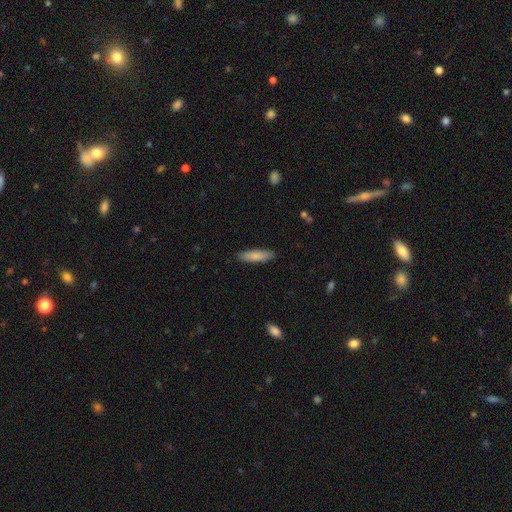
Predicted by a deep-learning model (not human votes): This is clearly a smooth galaxy (83%). How rounded: likely cigar-shaped (71%). Merging: clearly none (88%).